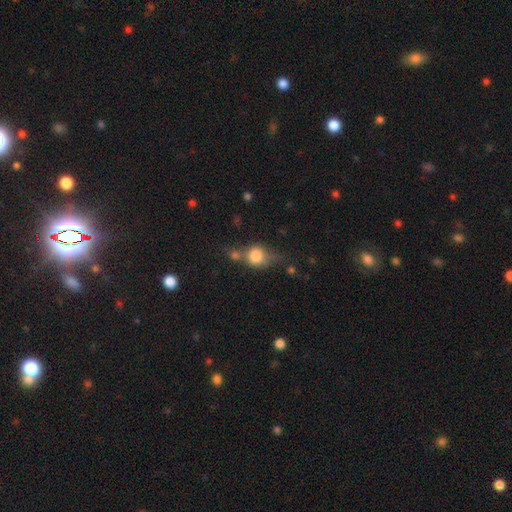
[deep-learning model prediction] Smooth or featured? Predicted: smooth (p=0.73). How rounded? Predicted: round (p=0.67). Merging? Predicted: none (p=0.35).